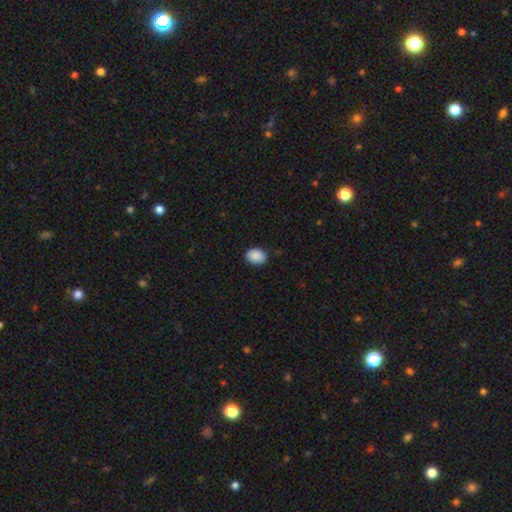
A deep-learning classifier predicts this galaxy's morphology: Q: Smooth or featured?
A: smooth (90%); runner-up: star or artifact (7%)
Q: How rounded?
A: in between (71%); runner-up: round (28%)
Q: Merging?
A: none (88%); runner-up: minor disturbance (9%)